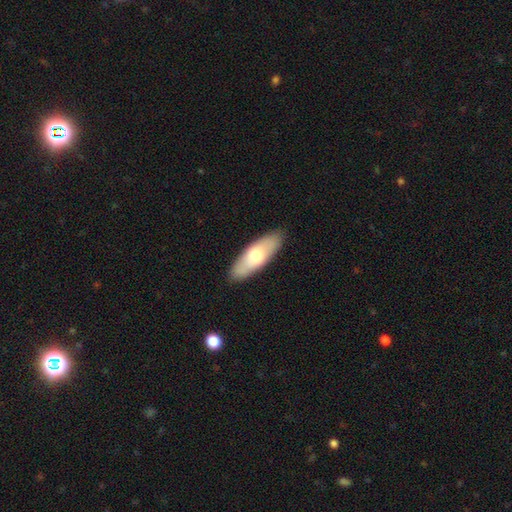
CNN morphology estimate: Overall: smooth (67%; featured or disk 28%). How rounded: in between (61%; cigar-shaped 37%). Merging: none (88%).